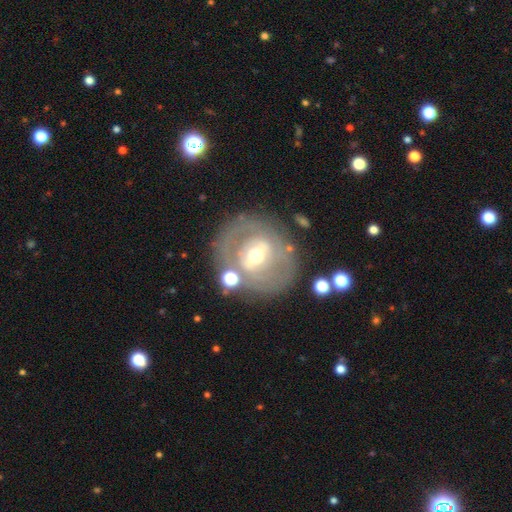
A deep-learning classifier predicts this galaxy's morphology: Smooth or featured?
  - featured or disk: 68% *
  - smooth: 24%
  - star or artifact: 8%
Edge-on disk?
  - no: 95% *
  - yes: 5%
Bar?
  - weak: 41% *
  - strong: 30%
  - no: 29%
Spiral arms?
  - no: 63% *
  - yes: 37%
Bulge size?
  - moderate: 69% *
  - small: 20%
  - large: 9%
  - dominant: 1%
  - none: 1%
Merging?
  - none: 73% *
  - minor disturbance: 14%
  - major disturbance: 8%
  - merger: 5%